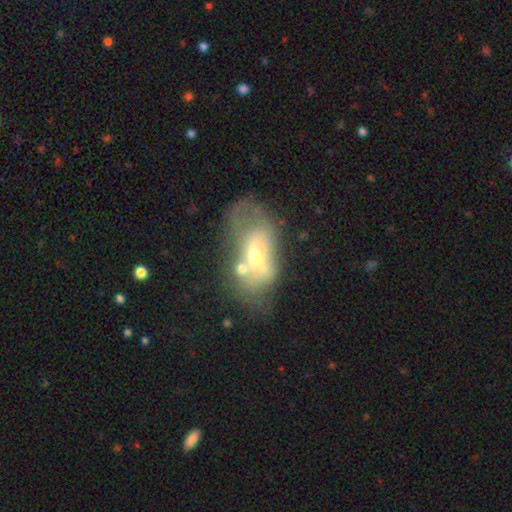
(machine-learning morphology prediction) smooth_or_featured: featured or disk (p=0.52) [alt: smooth p=0.37]
disk_edge_on: no (p=0.93) [alt: yes p=0.07]
merging: merger (p=0.32) [alt: major disturbance p=0.26]